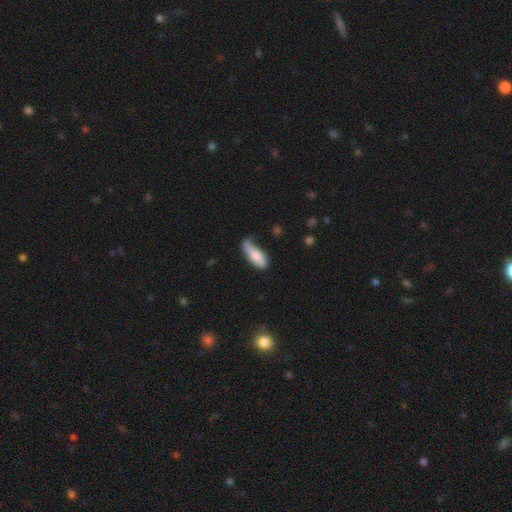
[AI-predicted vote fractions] The model was most divided on "merging": none: 41%, minor disturbance: 36%, major disturbance: 15%, merger: 8%. More confident: smooth or featured — smooth (81%); how rounded — in between (63%).